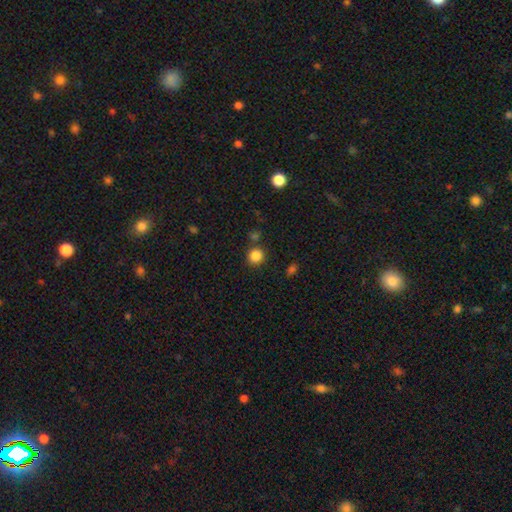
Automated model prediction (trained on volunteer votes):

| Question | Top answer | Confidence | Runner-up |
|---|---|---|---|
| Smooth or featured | smooth | 85% | star or artifact (11%) |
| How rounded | round | 90% | in between (9%) |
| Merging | none | 82% | minor disturbance (8%) |